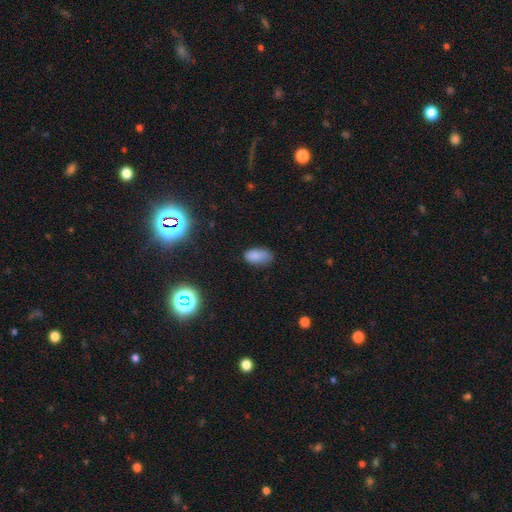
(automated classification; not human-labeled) This is likely a smooth galaxy (80%). How rounded: clearly in between (92%). Merging: possibly none (58%).